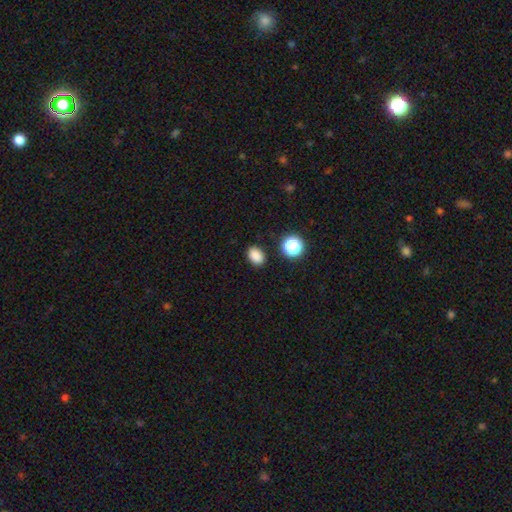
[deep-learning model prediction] The model was most divided on "how rounded": in between: 72%, round: 27%, cigar-shaped: 1%. More confident: merging — none (86%); smooth or featured — smooth (84%).